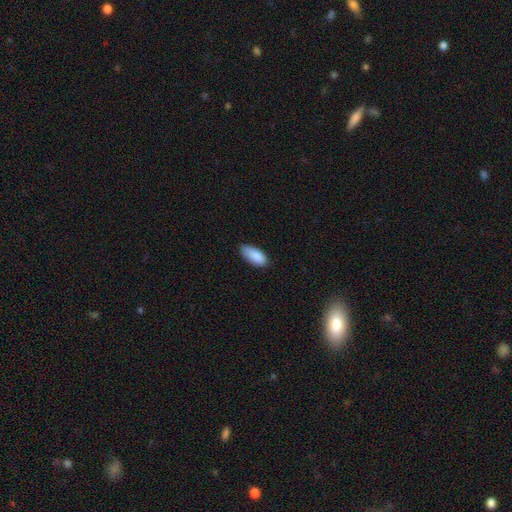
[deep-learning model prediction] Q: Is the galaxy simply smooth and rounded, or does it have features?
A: smooth — 89%.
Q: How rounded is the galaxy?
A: in between — 88%.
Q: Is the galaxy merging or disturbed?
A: none — 72%.